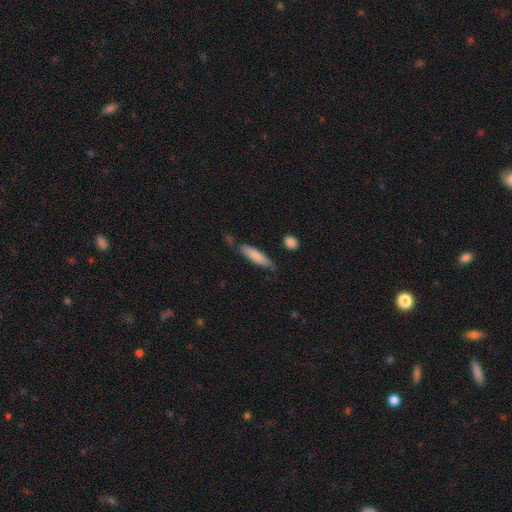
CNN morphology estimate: A smooth galaxy with no disk features (78%) that is cigar-shaped (73%). Merging: none (69%).